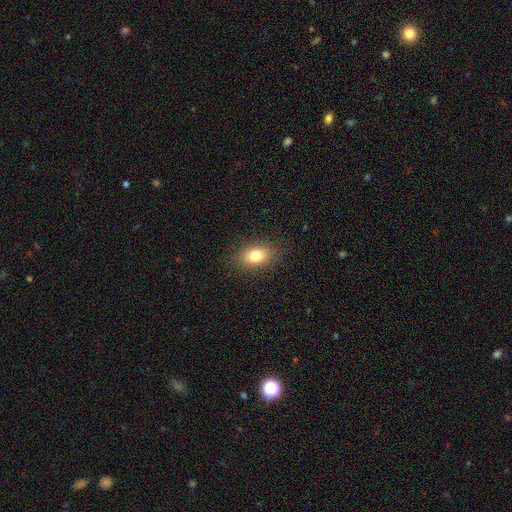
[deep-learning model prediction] Smooth or featured? smooth (79%)
How rounded? in between (78%)
Merging? none (85%)